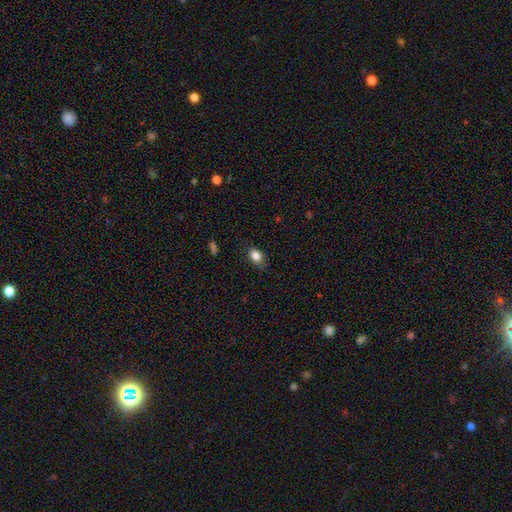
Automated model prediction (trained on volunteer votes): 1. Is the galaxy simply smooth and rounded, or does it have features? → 84% smooth, 9% star or artifact, 6% featured or disk.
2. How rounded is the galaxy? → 78% in between, 20% round, 2% cigar-shaped.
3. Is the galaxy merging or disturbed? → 79% none, 17% minor disturbance, 3% major disturbance, 1% merger.